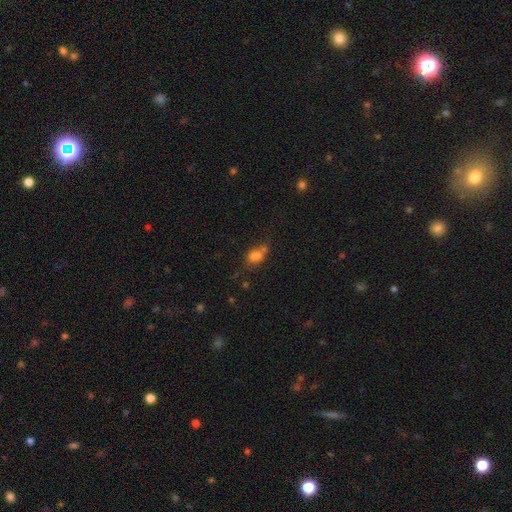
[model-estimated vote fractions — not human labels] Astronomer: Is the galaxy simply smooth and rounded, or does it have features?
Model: smooth — 70%.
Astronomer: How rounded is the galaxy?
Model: in between — 65%.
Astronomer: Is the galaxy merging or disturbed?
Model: merger — 42% (runner-up: none, 32%).